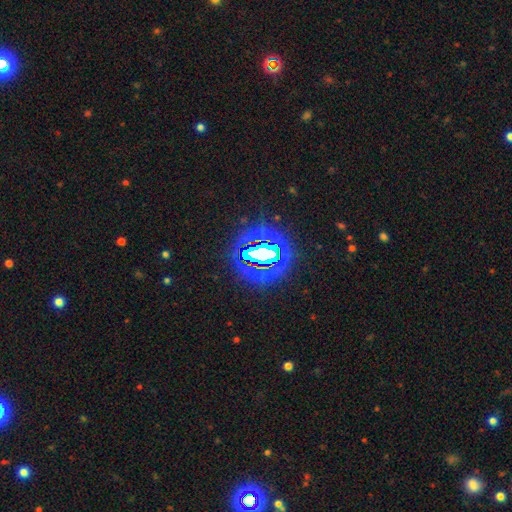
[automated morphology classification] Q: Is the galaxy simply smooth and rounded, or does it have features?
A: star or artifact — 77%.